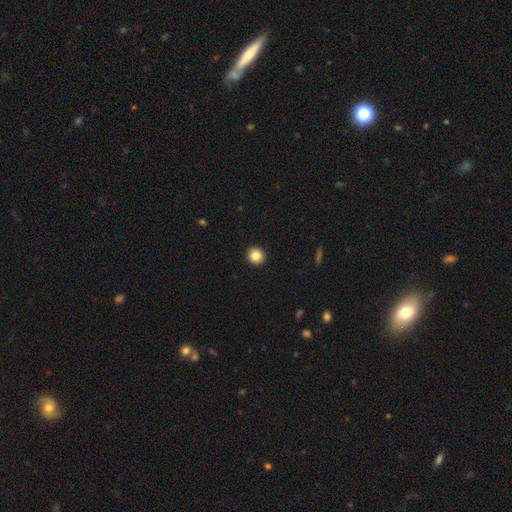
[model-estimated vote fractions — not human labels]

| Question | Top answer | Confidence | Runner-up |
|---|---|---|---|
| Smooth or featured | smooth | 85% | star or artifact (10%) |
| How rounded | round | 94% | in between (5%) |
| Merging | none | 94% | minor disturbance (4%) |